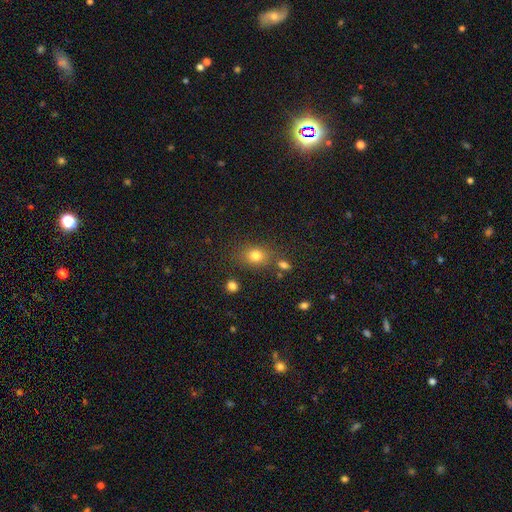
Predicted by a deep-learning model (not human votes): Morphology: type=smooth (78%); roundness=round (54%); merging=none (74%).